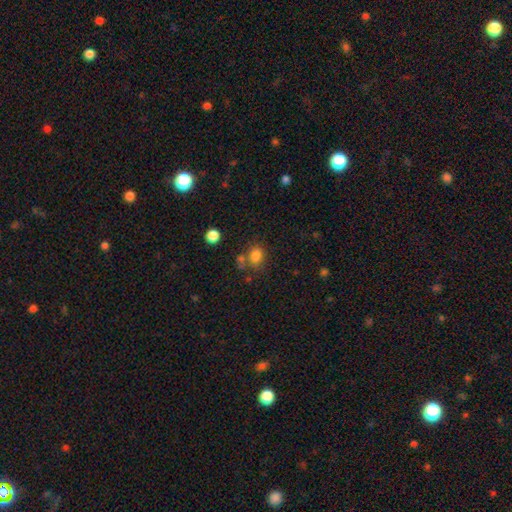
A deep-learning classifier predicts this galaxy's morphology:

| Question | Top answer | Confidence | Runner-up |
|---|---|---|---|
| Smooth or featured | smooth | 80% | star or artifact (13%) |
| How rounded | round | 53% | in between (46%) |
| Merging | none | 60% | merger (17%) |